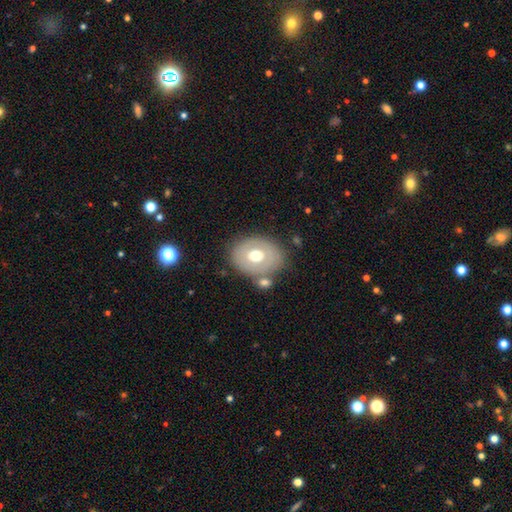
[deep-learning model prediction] smooth-or-featured: smooth: 52% | featured or disk: 41% | star or artifact: 7%
  how-rounded: in between: 54% | round: 45% | cigar-shaped: 1%
  merging: none: 69% | minor disturbance: 15% | merger: 10% | major disturbance: 6%